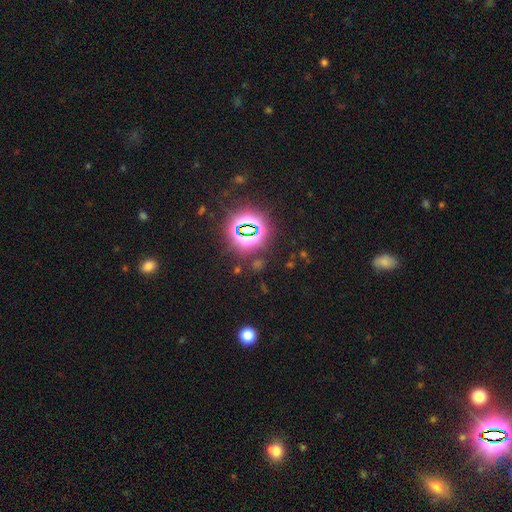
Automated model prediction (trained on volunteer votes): Smooth or featured? star or artifact (76%)